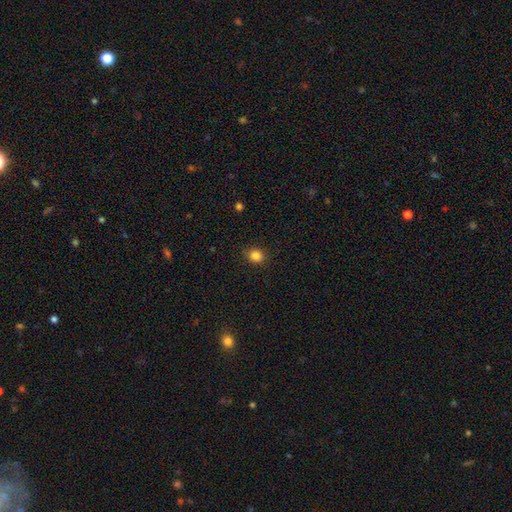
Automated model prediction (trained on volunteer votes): smooth-or-featured: smooth: 85% | star or artifact: 11% | featured or disk: 4%
  how-rounded: round: 67% | in between: 32% | cigar-shaped: 1%
  merging: none: 89% | minor disturbance: 8% | major disturbance: 2% | merger: 1%